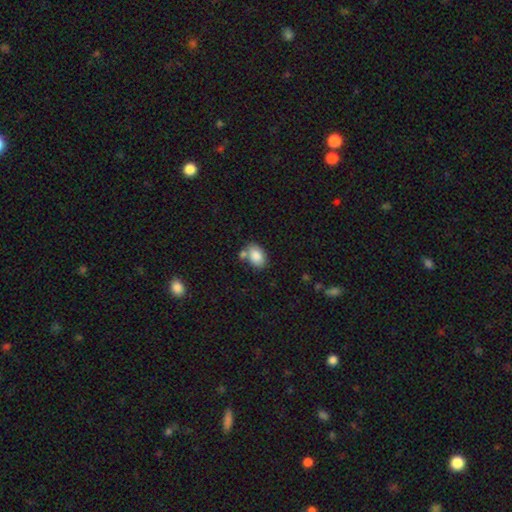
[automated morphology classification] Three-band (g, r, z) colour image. It shows a smooth galaxy with no disk features (85%) that is in between round and cigar-shaped (83%). Merging: none (57%).